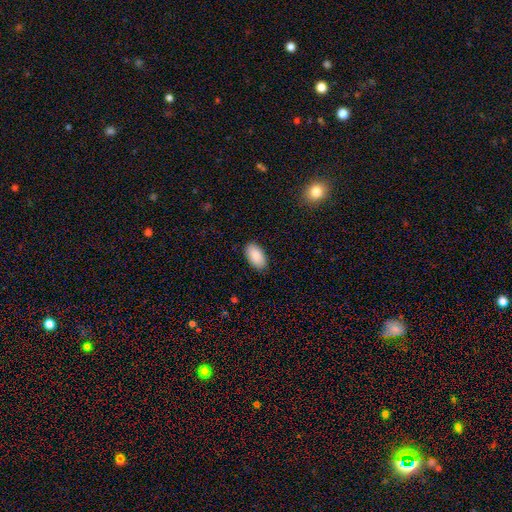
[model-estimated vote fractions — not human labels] Q: Smooth or featured?
A: smooth (89%); runner-up: star or artifact (6%)
Q: How rounded?
A: in between (95%); runner-up: round (3%)
Q: Merging?
A: none (88%); runner-up: minor disturbance (9%)